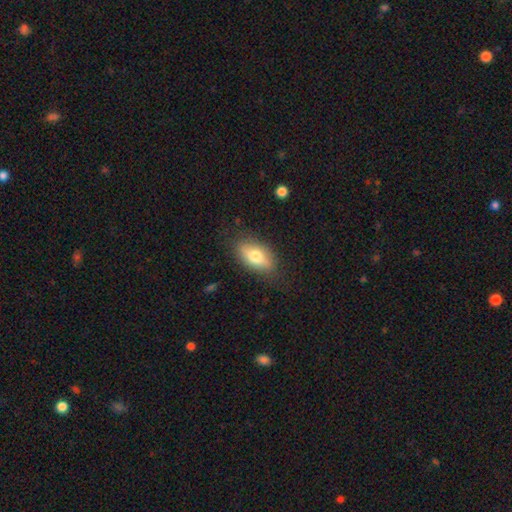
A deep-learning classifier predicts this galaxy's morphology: smooth-or-featured: smooth: 70% | featured or disk: 23% | star or artifact: 7%
  how-rounded: in between: 86% | cigar-shaped: 8% | round: 6%
  merging: none: 80% | minor disturbance: 14% | major disturbance: 4% | merger: 1%